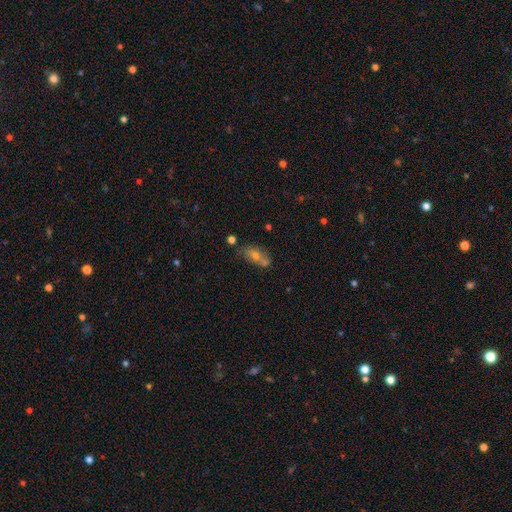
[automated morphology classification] A smooth galaxy with no disk features (49%). Merging: none (54%).